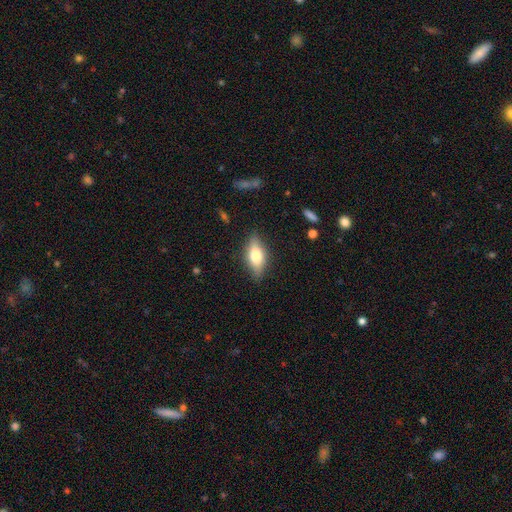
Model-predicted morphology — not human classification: smooth 63%, featured or disk 30%, star or artifact 7%. Down the decision tree: how rounded — in between (76%); merging — none (83%).